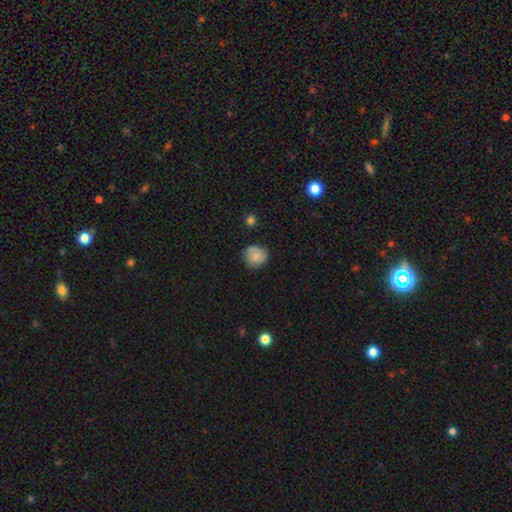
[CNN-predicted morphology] smooth-or-featured: smooth: 68% | featured or disk: 24% | star or artifact: 8%
  how-rounded: round: 86% | in between: 13% | cigar-shaped: 1%
  merging: none: 74% | minor disturbance: 20% | major disturbance: 5% | merger: 2%